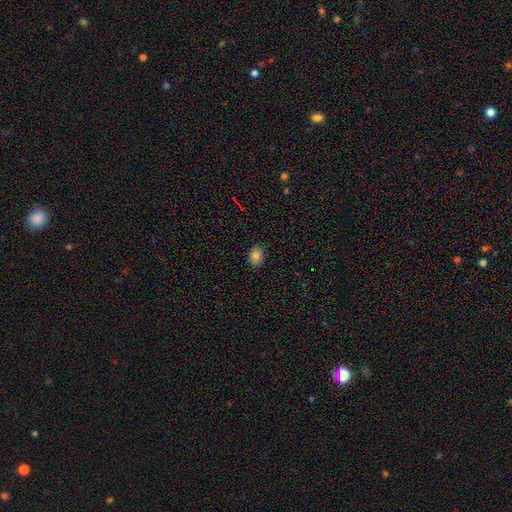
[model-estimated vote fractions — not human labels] Smooth or featured? smooth (81%)
How rounded? in between (74%)
Merging? none (88%)